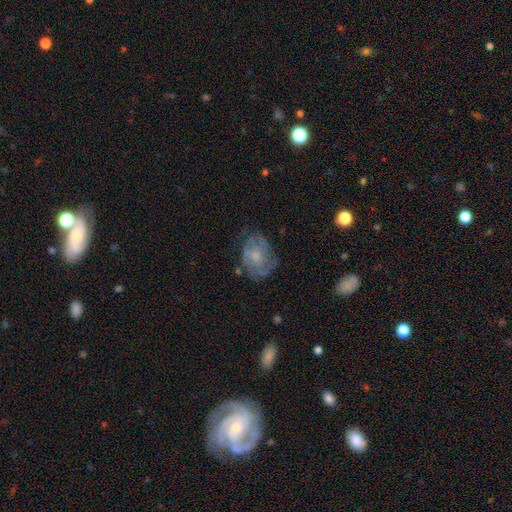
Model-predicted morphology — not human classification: smooth-or-featured: featured or disk: 59% | smooth: 32% | star or artifact: 8%
  disk-edge-on: no: 97% | yes: 3%
    bar: no: 78% | weak: 19% | strong: 2%
    has-spiral-arms: yes: 68% | no: 32%
    bulge-size: small: 44% | moderate: 39% | none: 12% | large: 4% | dominant: 1%
  merging: none: 60% | minor disturbance: 25% | major disturbance: 14% | merger: 2%